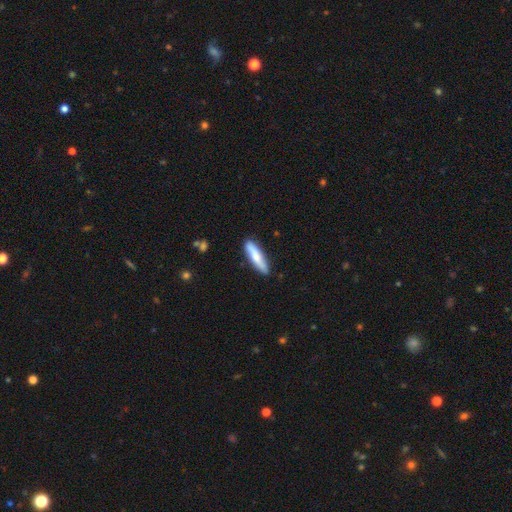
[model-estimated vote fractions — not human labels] Morphology: type=smooth (73%); roundness=cigar-shaped (78%); merging=none (86%).